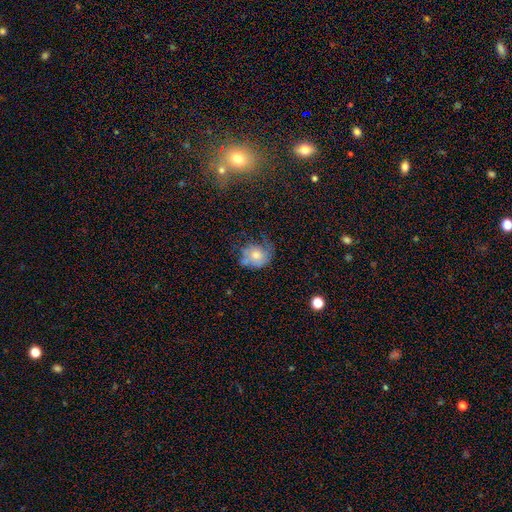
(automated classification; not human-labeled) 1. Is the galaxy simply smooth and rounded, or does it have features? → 48% smooth, 42% featured or disk, 9% star or artifact.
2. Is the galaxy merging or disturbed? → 41% none, 30% minor disturbance, 25% major disturbance, 4% merger.